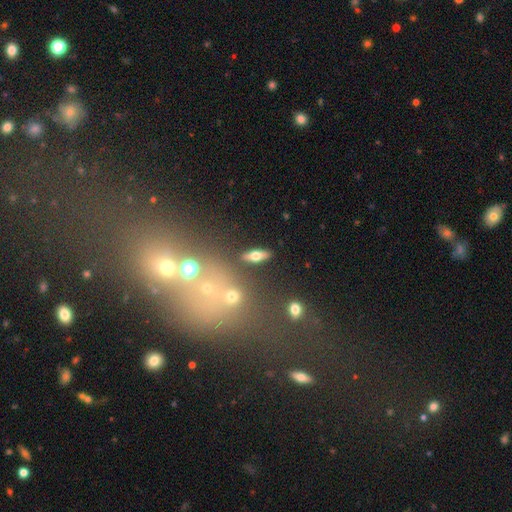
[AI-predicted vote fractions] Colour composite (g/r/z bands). It shows a smooth galaxy with no disk features (55%) that is in between round and cigar-shaped (60%). Merging: none (86%).